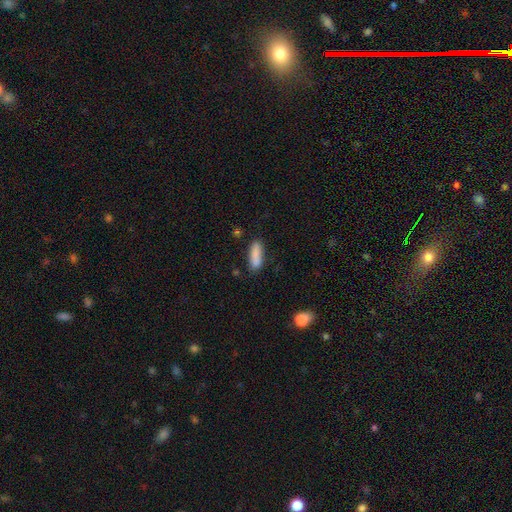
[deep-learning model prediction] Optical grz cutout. It shows a smooth galaxy with no disk features (86%) that is in between round and cigar-shaped (53%). Merging: none (78%).